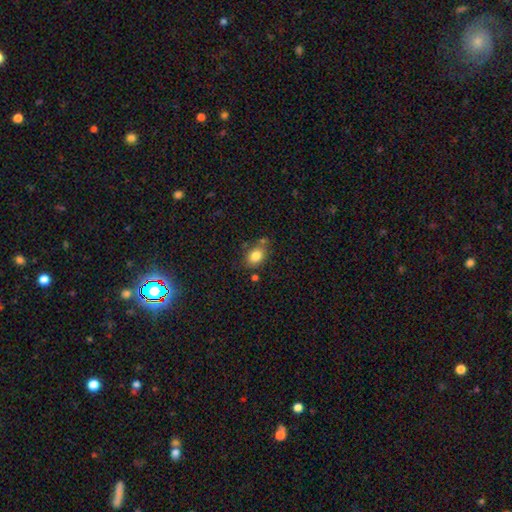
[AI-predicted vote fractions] A smooth galaxy with no disk features (83%) that is in between round and cigar-shaped (70%).

Vote fractions:
- Smooth or featured? smooth: 83% / star or artifact: 9% / featured or disk: 8%
- How rounded? in between: 70% / round: 29% / cigar-shaped: 1%
- Merging? none: 67% / minor disturbance: 17% / merger: 12% / major disturbance: 5%